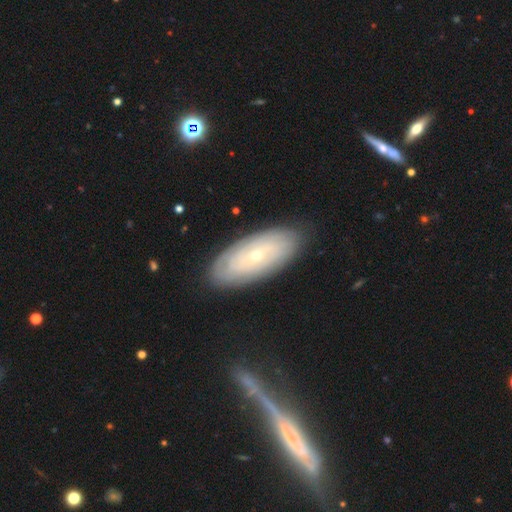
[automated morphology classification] Smooth or featured: featured or disk — 63% (smooth — 29%)
Edge-on disk: no — 88% (yes — 12%)
Bar: no — 81% (weak — 14%)
Spiral arms: yes — 65% (no — 35%)
Bulge size: small — 77% (moderate — 20%)
Merging: none — 85% (minor disturbance — 11%)